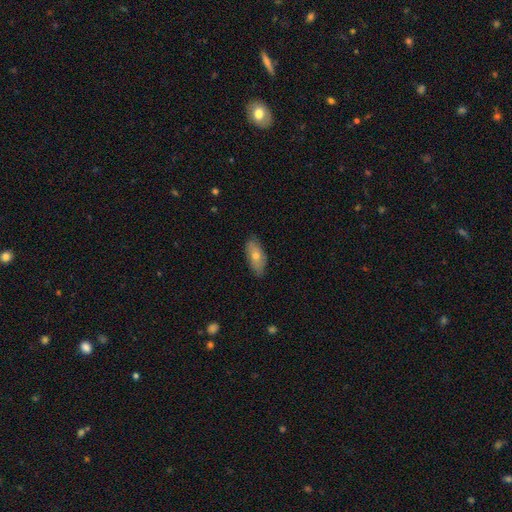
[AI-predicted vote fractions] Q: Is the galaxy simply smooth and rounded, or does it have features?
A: smooth — 61%.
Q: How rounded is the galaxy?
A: in between — 80%.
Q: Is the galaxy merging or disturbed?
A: none — 83%.